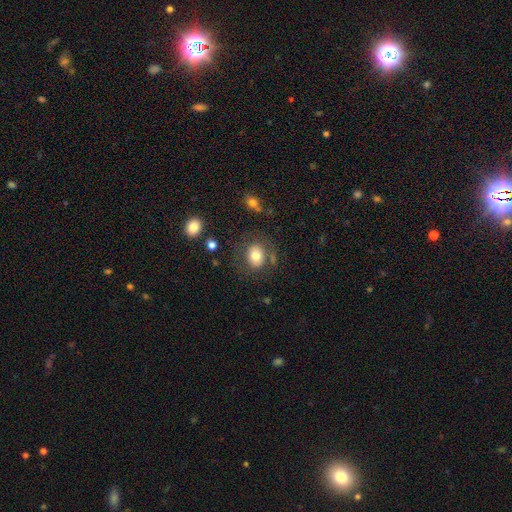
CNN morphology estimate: type=smooth (75%); roundness=round (56%); merging=none (73%).